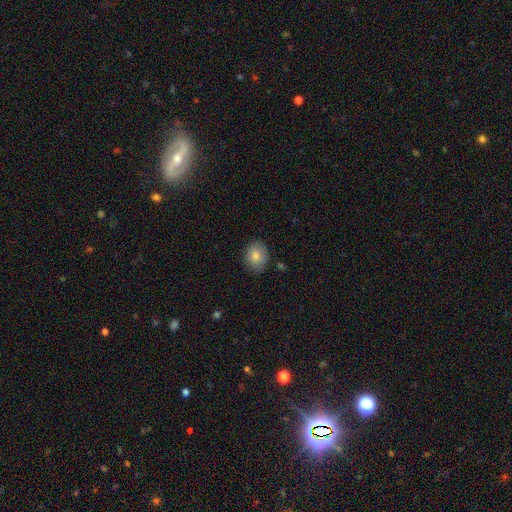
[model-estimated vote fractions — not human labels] This appears to be a smooth galaxy with no disk features (78%) that is round (55%). Merging: none (84%).